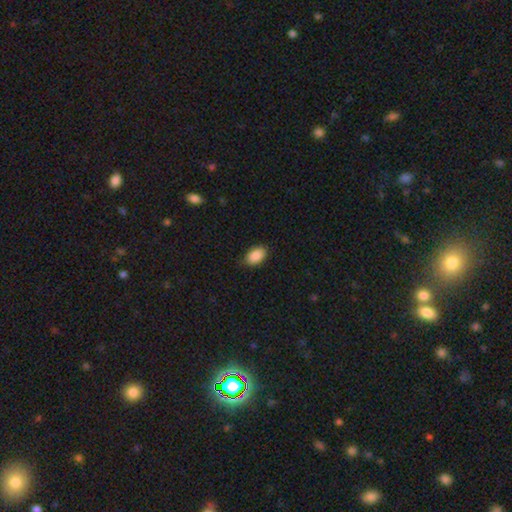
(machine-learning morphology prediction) Smooth or featured? Predicted: smooth (p=0.89). How rounded? Predicted: in between (p=0.91). Merging? Predicted: none (p=0.84).